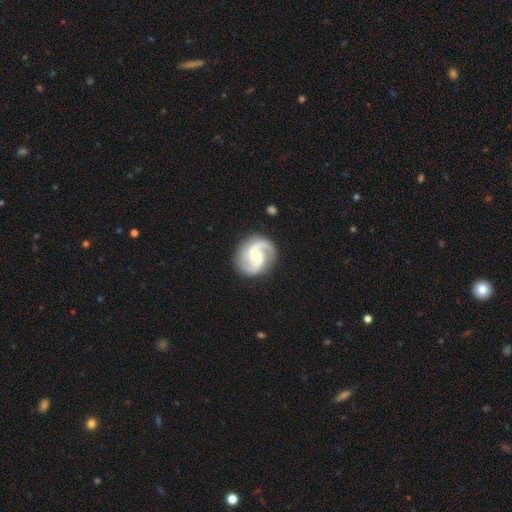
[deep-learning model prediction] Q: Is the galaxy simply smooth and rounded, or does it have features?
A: featured or disk — 89%.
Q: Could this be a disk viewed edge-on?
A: no — 98%.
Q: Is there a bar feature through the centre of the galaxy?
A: weak — 54%.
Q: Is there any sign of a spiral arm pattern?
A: yes — 97%.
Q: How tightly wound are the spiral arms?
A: medium — 54%.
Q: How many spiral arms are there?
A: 2 — 92%.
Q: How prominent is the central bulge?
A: moderate — 60%.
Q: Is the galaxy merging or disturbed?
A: none — 84%.